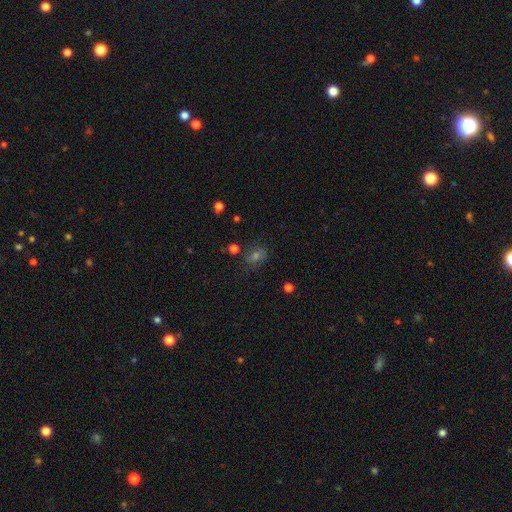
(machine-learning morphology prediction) This is possibly a smooth galaxy (51%). How rounded: possibly round (50%). Merging: likely none (75%).